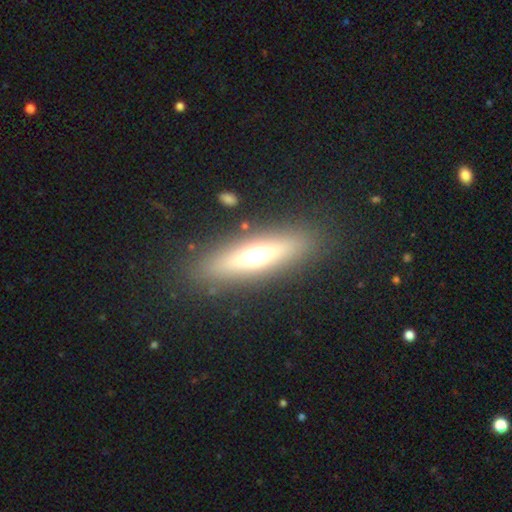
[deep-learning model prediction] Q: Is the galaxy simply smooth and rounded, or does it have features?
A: smooth — 46%.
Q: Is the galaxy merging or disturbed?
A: none — 87%.